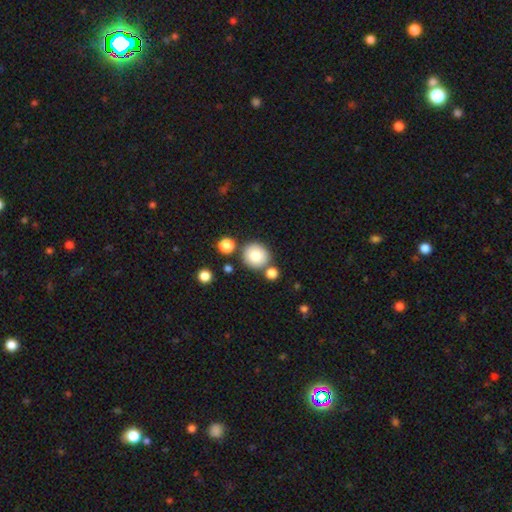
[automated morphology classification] A smooth galaxy with no disk features (78%) that is round (91%). Merging: none (76%).